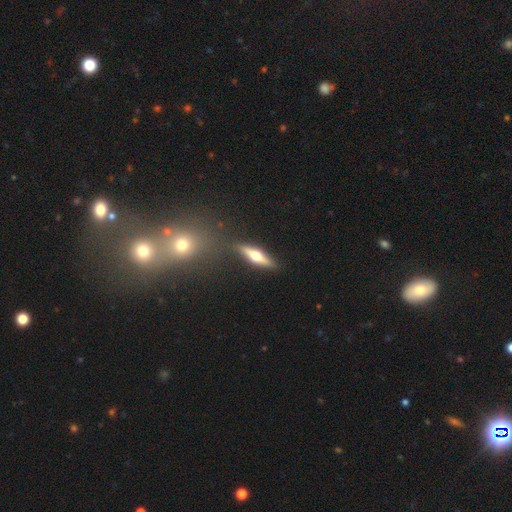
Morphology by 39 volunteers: smooth_or_featured: featured or disk (p=0.64) [alt: smooth p=0.33]
disk_edge_on: yes (p=1.00)
edge_on_bulge: rounded (p=0.96) [alt: boxy p=0.04]
merging: none (p=0.92) [alt: minor disturbance p=0.03]